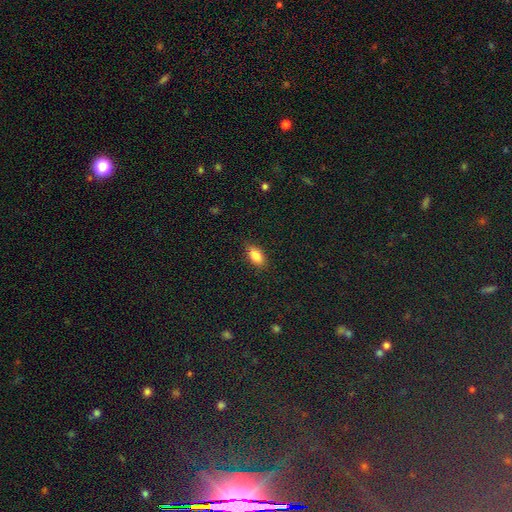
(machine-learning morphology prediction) The model was most divided on "merging": none: 84%, minor disturbance: 12%, major disturbance: 3%, merger: 1%. More confident: how rounded — in between (89%); smooth or featured — smooth (85%).